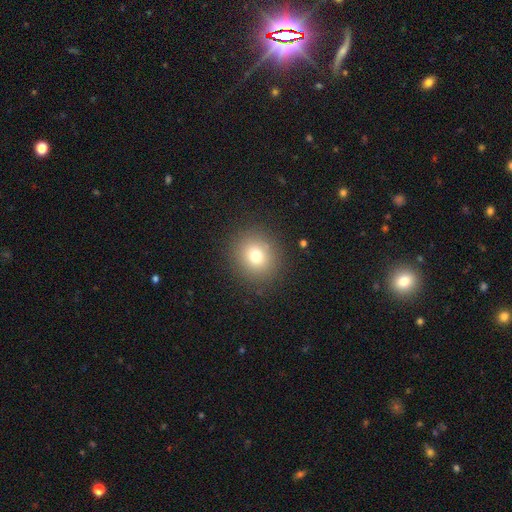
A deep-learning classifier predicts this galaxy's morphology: Smooth or featured? smooth (75%)
How rounded? round (86%)
Merging? none (88%)